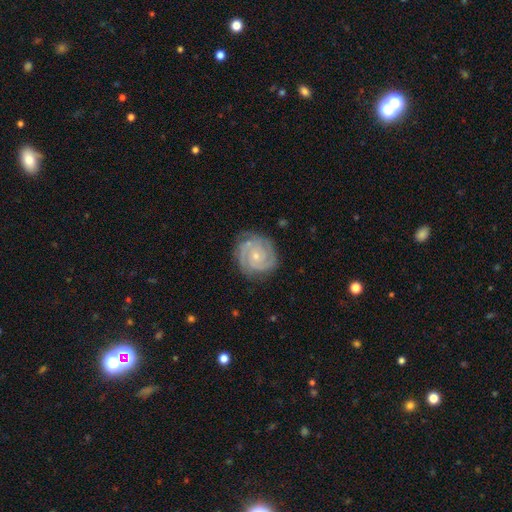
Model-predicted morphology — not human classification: A featured or disk galaxy (87%) with no bar (71%), 3 (36%) tight (73%) spiral arms (97%) and a small central bulge (69%).

Vote fractions:
- Smooth or featured? featured or disk: 87% / smooth: 8% / star or artifact: 5%
- Edge-on disk? no: 98% / yes: 2%
- Bar? no: 71% / weak: 24% / strong: 5%
- Spiral arms? yes: 97% / no: 3%
- Spiral winding? tight: 73% / medium: 23% / loose: 4%
- Spiral arm count? 3: 36% / 2: 31% / can't tell: 15% / 4: 9% / 1: 5% / more than 4: 5%
- Bulge size? small: 69% / moderate: 27% / none: 2% / large: 1% / dominant: 1%
- Merging? none: 78% / minor disturbance: 16% / major disturbance: 4% / merger: 2%